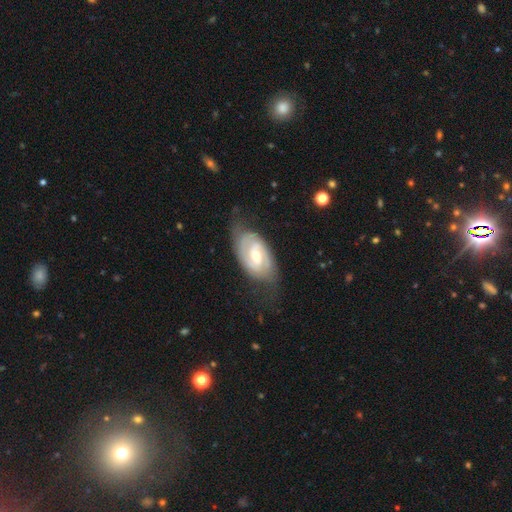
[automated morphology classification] Smooth or featured?
  - featured or disk: 84% *
  - smooth: 11%
  - star or artifact: 5%
Edge-on disk?
  - no: 96% *
  - yes: 4%
Bar?
  - weak: 56% *
  - strong: 24%
  - no: 20%
Spiral arms?
  - yes: 95% *
  - no: 5%
Spiral winding?
  - tight: 51% *
  - medium: 38%
  - loose: 11%
Spiral arm count?
  - 2: 84% *
  - can't tell: 10%
  - 3: 3%
  - 1: 2%
  - 4: 1%
  - more than 4: 1%
Bulge size?
  - moderate: 57% *
  - small: 36%
  - large: 4%
  - none: 2%
  - dominant: 1%
Merging?
  - none: 68% *
  - minor disturbance: 21%
  - major disturbance: 9%
  - merger: 1%